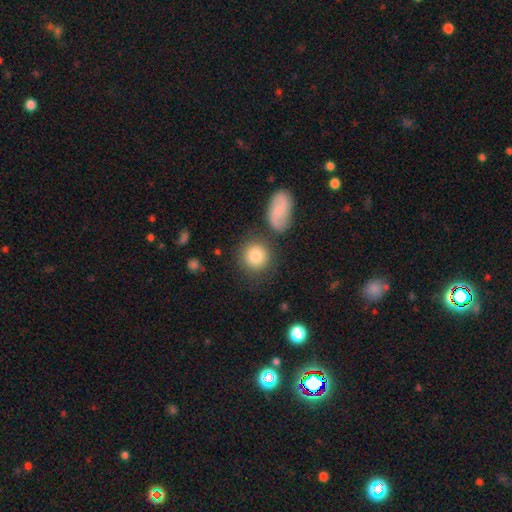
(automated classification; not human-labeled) Smooth or featured? Predicted: smooth (p=0.83). How rounded? Predicted: round (p=0.87). Merging? Predicted: none (p=0.76).